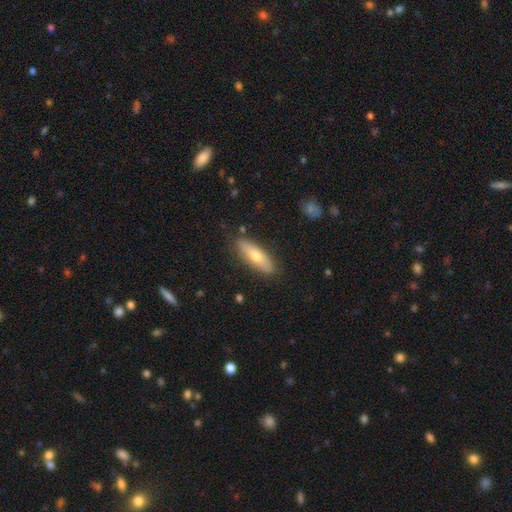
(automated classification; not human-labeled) Smooth or featured?
  - smooth: 64% *
  - featured or disk: 30%
  - star or artifact: 6%
How rounded?
  - in between: 50% *
  - cigar-shaped: 48%
  - round: 2%
Merging?
  - none: 85% *
  - minor disturbance: 11%
  - major disturbance: 2%
  - merger: 2%